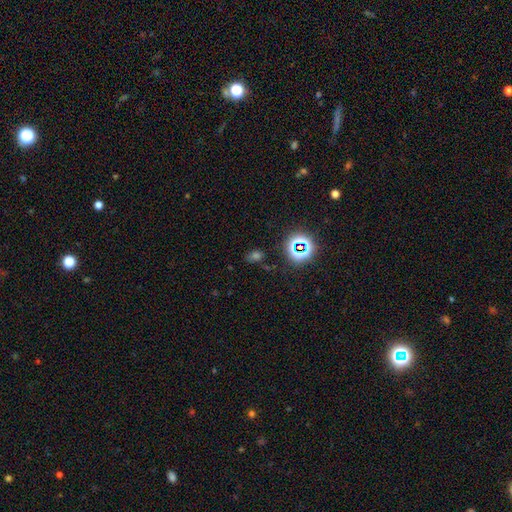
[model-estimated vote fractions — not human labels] A star or artifact, not a galaxy (48%).